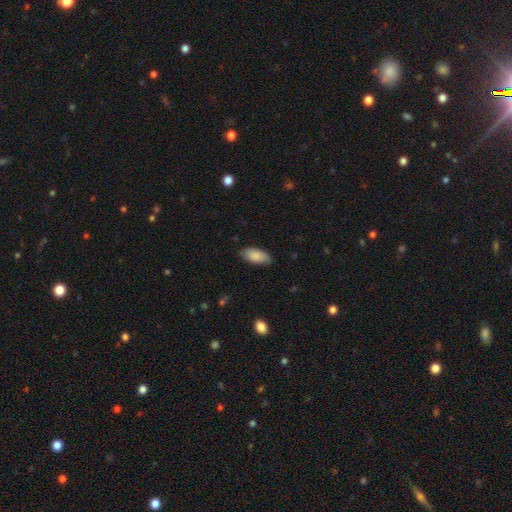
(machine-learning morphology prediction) The model was most divided on "merging": none: 80%, minor disturbance: 16%, major disturbance: 3%, merger: 1%. More confident: how rounded — in between (92%); smooth or featured — smooth (86%).